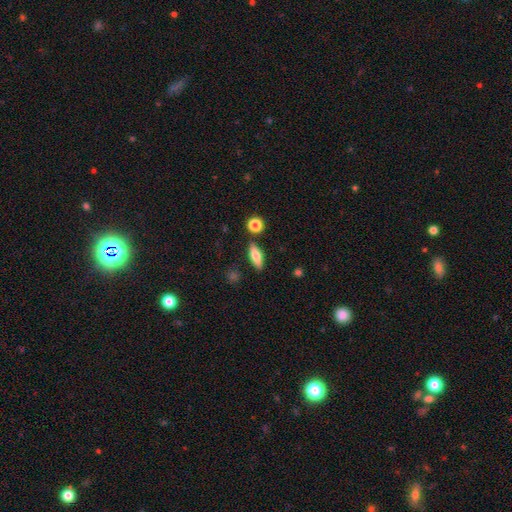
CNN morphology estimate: A smooth galaxy with no disk features (72%) that is in between round and cigar-shaped (61%).

Vote fractions:
- Smooth or featured? smooth: 72% / featured or disk: 21% / star or artifact: 8%
- How rounded? in between: 61% / cigar-shaped: 34% / round: 4%
- Merging? none: 83% / minor disturbance: 10% / merger: 4% / major disturbance: 3%